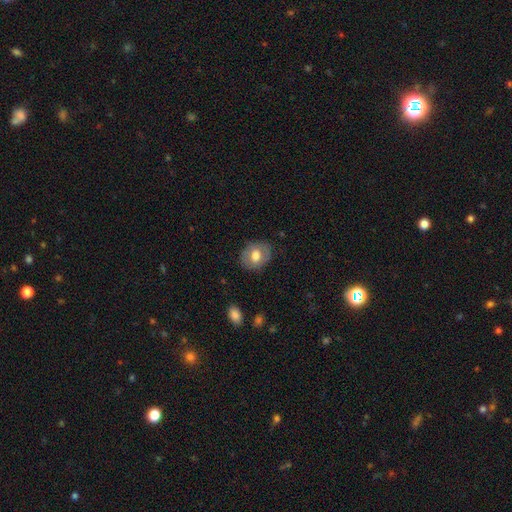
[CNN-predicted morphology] Overall: smooth (60%; featured or disk 33%). How rounded: in between (54%; round 45%). Merging: none (81%).